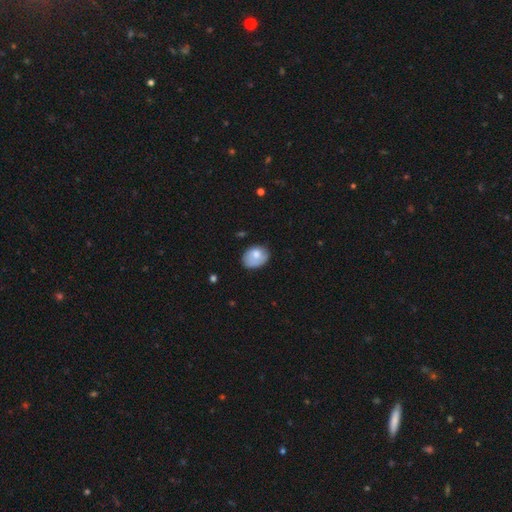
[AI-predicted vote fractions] Morphology: type=smooth (71%); roundness=in between (67%); merging=none (60%).